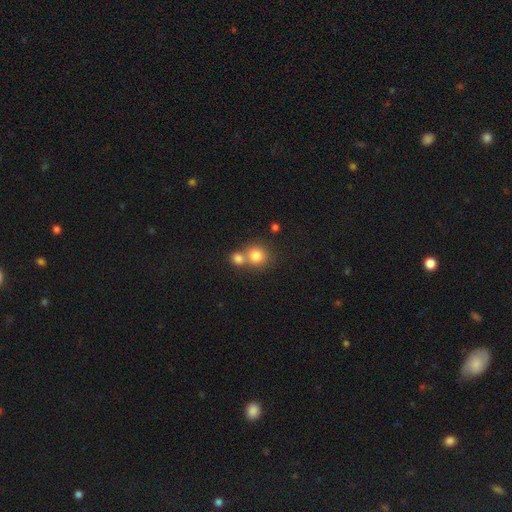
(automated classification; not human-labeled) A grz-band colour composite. It shows a smooth galaxy with no disk features (80%) that is round (85%). Merging: merger (47%).